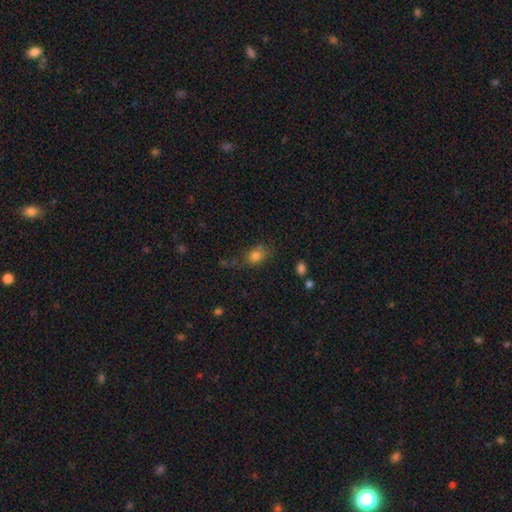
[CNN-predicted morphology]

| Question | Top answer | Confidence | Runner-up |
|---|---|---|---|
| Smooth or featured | smooth | 80% | star or artifact (12%) |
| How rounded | in between | 66% | round (32%) |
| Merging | none | 51% | minor disturbance (26%) |